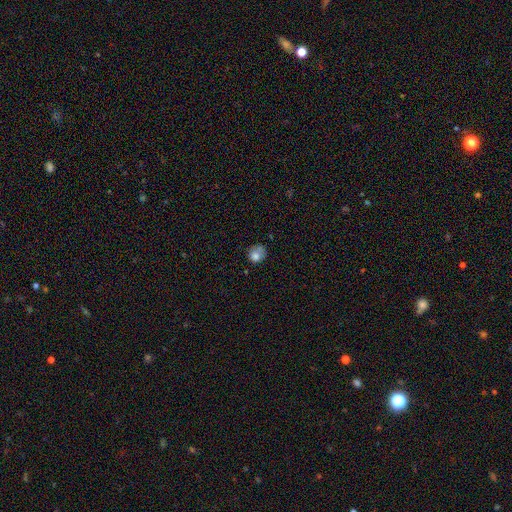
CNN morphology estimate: Smooth or featured: smooth — 75% (featured or disk — 15%)
How rounded: round — 73% (in between — 26%)
Merging: none — 49% (minor disturbance — 30%)